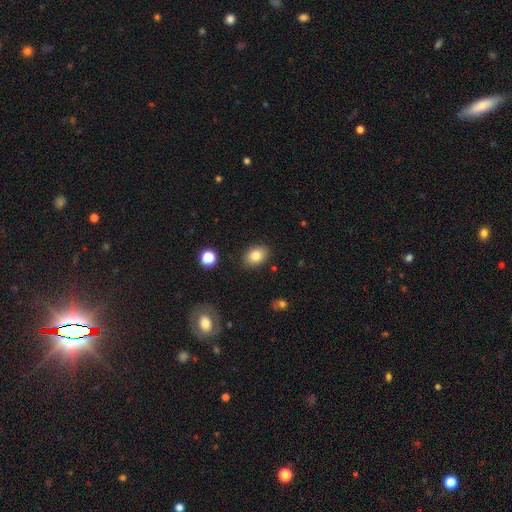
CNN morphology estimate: Overall: smooth (81%). How rounded: in between (74%). Merging: none (86%).